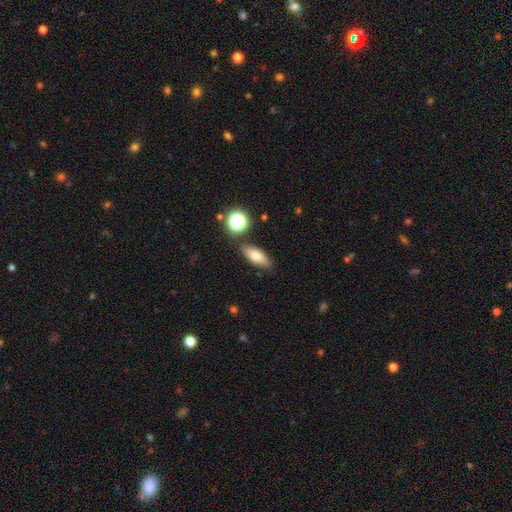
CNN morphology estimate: The model was most divided on "how rounded": in between: 73%, cigar-shaped: 22%, round: 6%. More confident: merging — none (81%); smooth or featured — smooth (73%).